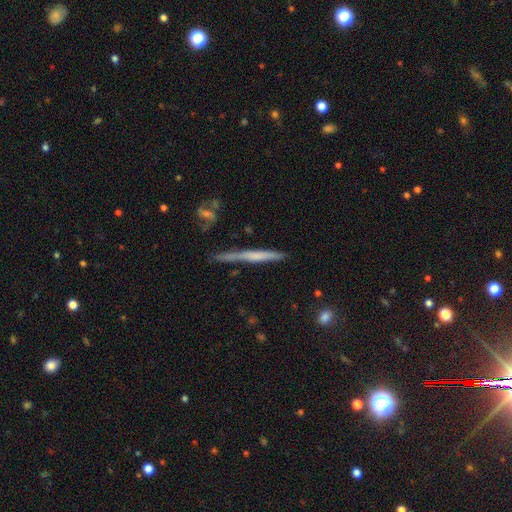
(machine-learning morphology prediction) Q: Smooth or featured?
A: featured or disk (49%); runner-up: smooth (44%)
Q: Merging?
A: none (77%); runner-up: minor disturbance (16%)